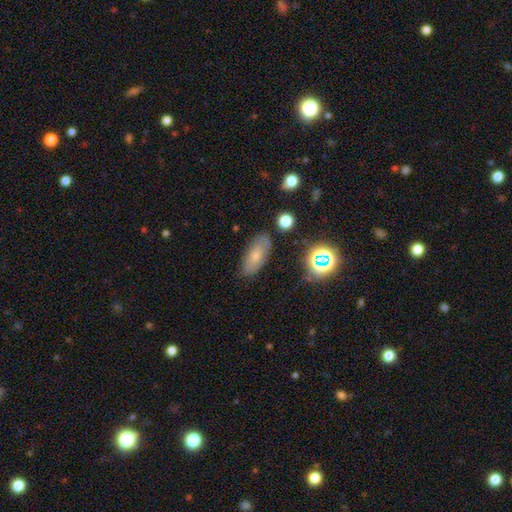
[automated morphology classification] Q: Smooth or featured?
A: smooth (62%); runner-up: featured or disk (25%)
Q: How rounded?
A: in between (84%); runner-up: cigar-shaped (12%)
Q: Merging?
A: none (77%); runner-up: minor disturbance (16%)